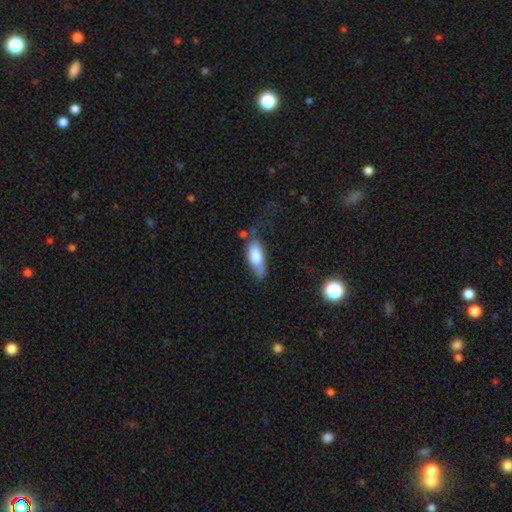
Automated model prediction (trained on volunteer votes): A smooth galaxy with no disk features (76%) that is in between round and cigar-shaped (76%).

Vote fractions:
- Smooth or featured? smooth: 76% / featured or disk: 17% / star or artifact: 7%
- How rounded? in between: 76% / cigar-shaped: 22% / round: 2%
- Merging? none: 41% / minor disturbance: 33% / major disturbance: 18% / merger: 8%